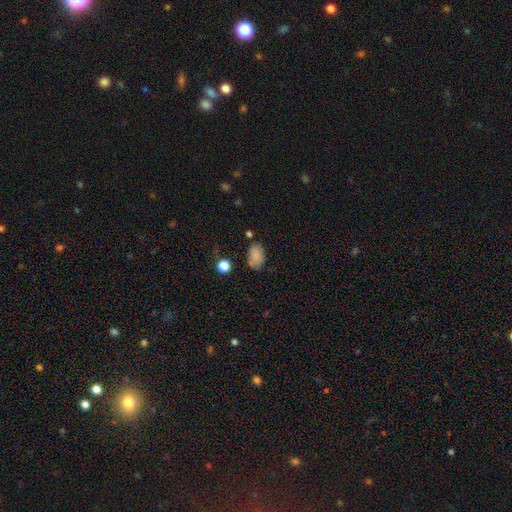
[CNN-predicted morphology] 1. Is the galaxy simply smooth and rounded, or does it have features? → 80% smooth, 11% star or artifact, 9% featured or disk.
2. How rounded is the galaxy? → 84% in between, 15% round, 1% cigar-shaped.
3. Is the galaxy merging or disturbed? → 63% none, 22% minor disturbance, 8% merger, 7% major disturbance.